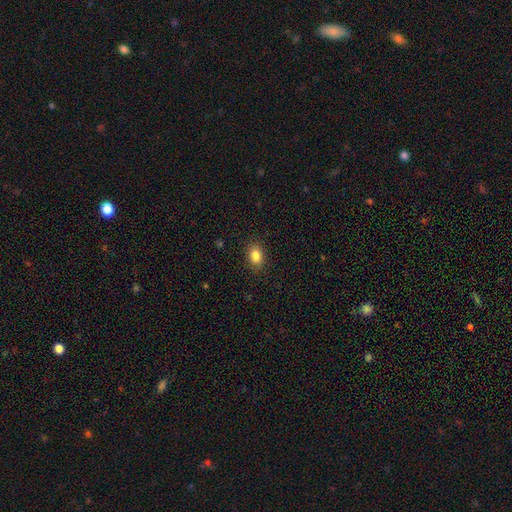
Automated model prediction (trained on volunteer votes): Smooth or featured? smooth (86%)
How rounded? in between (77%)
Merging? none (88%)